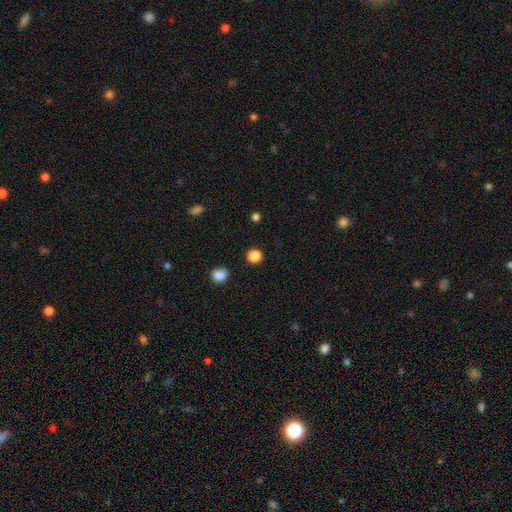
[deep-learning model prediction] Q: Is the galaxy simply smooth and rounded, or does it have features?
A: smooth — 84%.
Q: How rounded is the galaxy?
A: round — 80%.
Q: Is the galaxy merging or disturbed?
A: none — 88%.